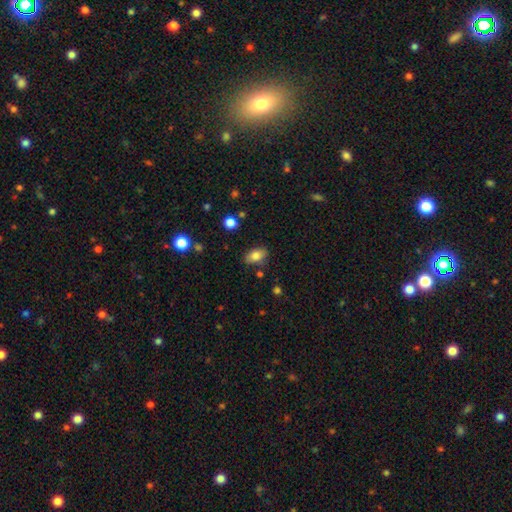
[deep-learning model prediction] smooth-or-featured: smooth: 81% | featured or disk: 10% | star or artifact: 9%
  how-rounded: in between: 88% | round: 9% | cigar-shaped: 3%
  merging: none: 80% | minor disturbance: 14% | merger: 3% | major disturbance: 3%